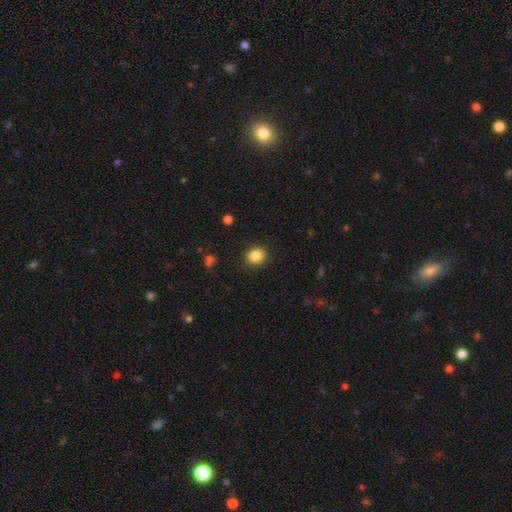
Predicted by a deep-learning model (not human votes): smooth 86%, star or artifact 10%, featured or disk 5%. Down the decision tree: how rounded — round (68%); merging — none (89%).